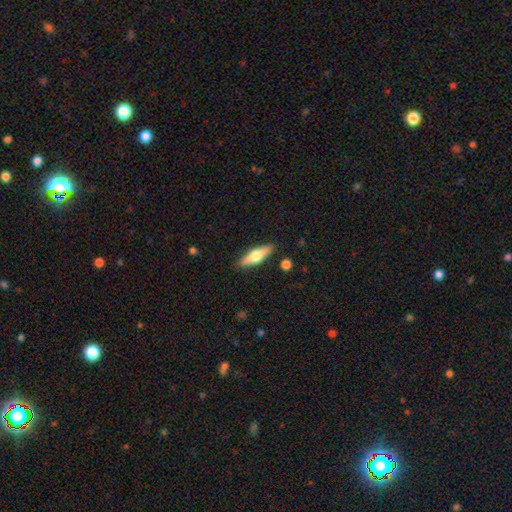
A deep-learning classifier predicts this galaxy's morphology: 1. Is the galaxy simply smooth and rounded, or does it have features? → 47% featured or disk (tied), 47% smooth (tied), 6% star or artifact.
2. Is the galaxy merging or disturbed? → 87% none, 9% minor disturbance, 2% major disturbance, 2% merger.